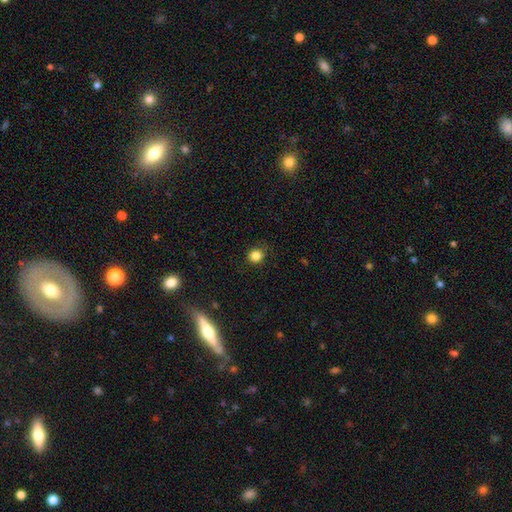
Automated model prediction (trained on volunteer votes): smooth-or-featured: smooth: 84% | star or artifact: 12% | featured or disk: 4%
  how-rounded: round: 88% | in between: 11% | cigar-shaped: 1%
  merging: none: 85% | minor disturbance: 11% | major disturbance: 3% | merger: 1%